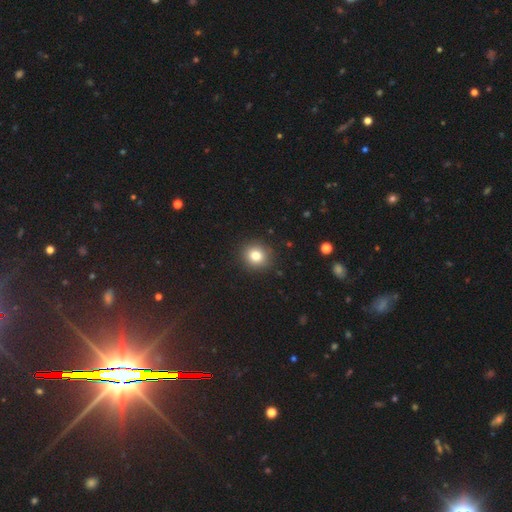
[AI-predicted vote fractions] This is clearly a smooth galaxy (80%). How rounded: clearly round (85%). Merging: clearly none (91%).